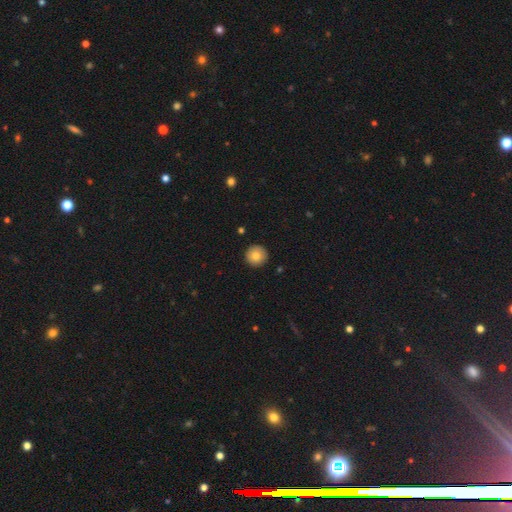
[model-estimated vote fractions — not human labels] Smooth or featured: smooth — 81% (featured or disk — 11%)
How rounded: round — 96% (in between — 3%)
Merging: none — 91% (minor disturbance — 6%)